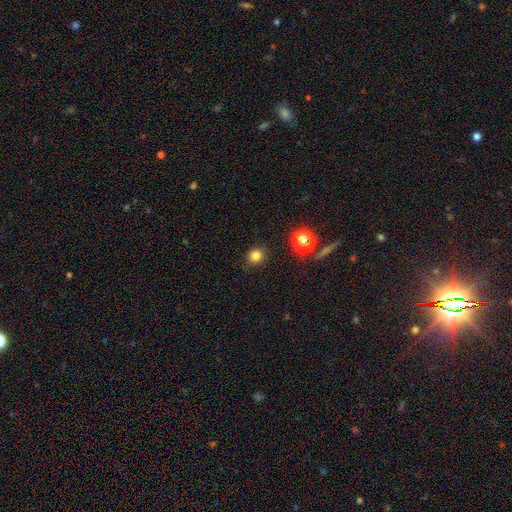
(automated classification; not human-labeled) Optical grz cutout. It shows a smooth galaxy with no disk features (80%) that is round (87%). Merging: none (88%).